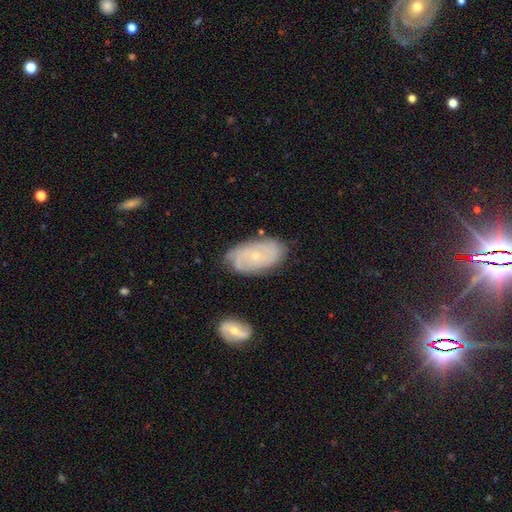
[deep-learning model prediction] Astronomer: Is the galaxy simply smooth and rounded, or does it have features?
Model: featured or disk — 71%.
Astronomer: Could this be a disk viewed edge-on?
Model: no — 94%.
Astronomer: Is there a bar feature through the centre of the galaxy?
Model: no — 80%.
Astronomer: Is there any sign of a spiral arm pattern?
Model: yes — 87%.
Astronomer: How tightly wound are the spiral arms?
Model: tight — 65%.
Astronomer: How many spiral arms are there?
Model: can't tell — 42% (runner-up: 2, 27%).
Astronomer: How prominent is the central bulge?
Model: small — 79%.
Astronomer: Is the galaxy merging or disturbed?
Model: none — 72%.